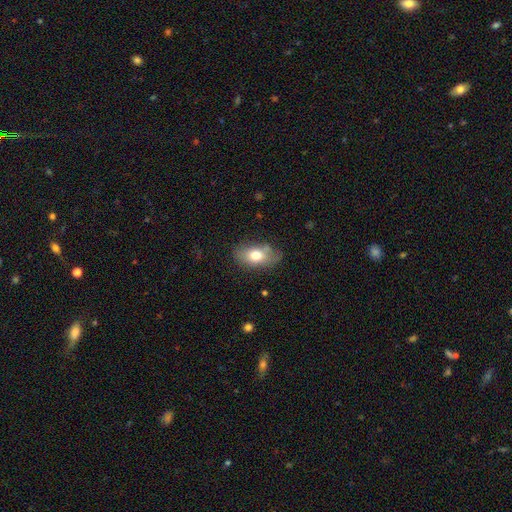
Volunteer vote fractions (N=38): smooth 79%, featured or disk 16%, star or artifact 5%. Down the decision tree: how rounded — in between (87%); merging — none (67%).